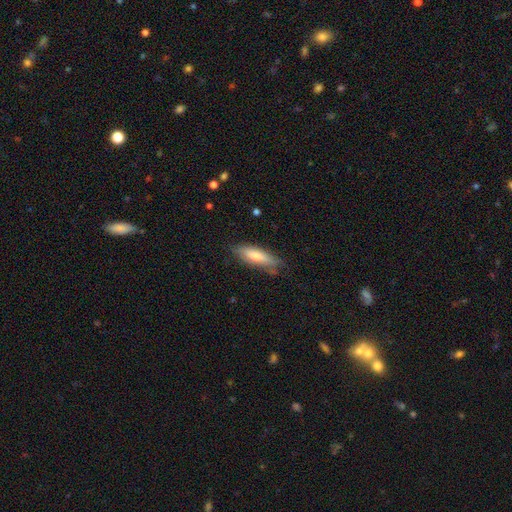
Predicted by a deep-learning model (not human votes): Smooth or featured? smooth (63%)
How rounded? cigar-shaped (63%)
Merging? none (78%)